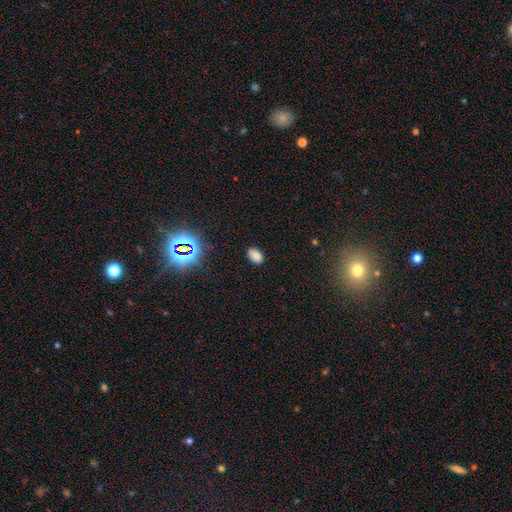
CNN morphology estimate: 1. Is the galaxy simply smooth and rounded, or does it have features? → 77% smooth, 18% star or artifact, 5% featured or disk.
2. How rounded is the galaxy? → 90% in between, 9% round, 1% cigar-shaped.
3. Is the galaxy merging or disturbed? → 85% none, 11% minor disturbance, 3% major disturbance, 1% merger.